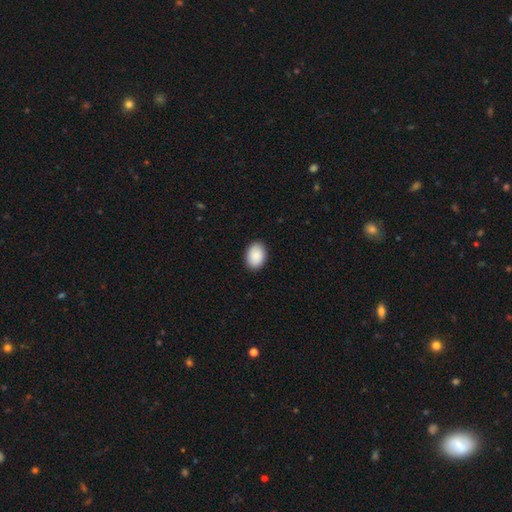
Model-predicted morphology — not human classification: The model was most divided on "how rounded": in between: 82%, round: 17%, cigar-shaped: 1%. More confident: smooth or featured — smooth (91%); merging — none (90%).